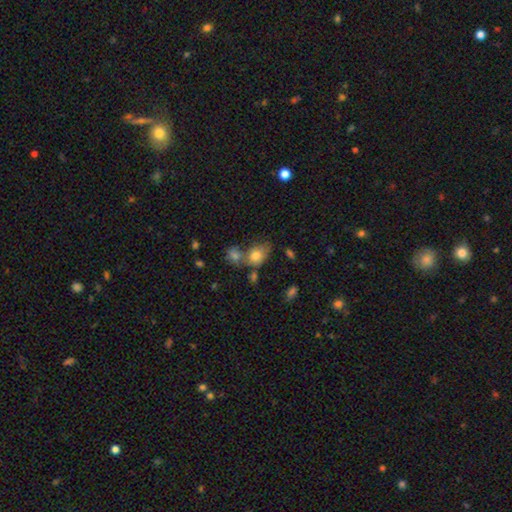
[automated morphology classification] Smooth or featured?
  - smooth: 77% *
  - featured or disk: 13%
  - star or artifact: 9%
How rounded?
  - in between: 69% *
  - round: 29%
  - cigar-shaped: 2%
Merging?
  - merger: 41% *
  - none: 36%
  - minor disturbance: 16%
  - major disturbance: 7%